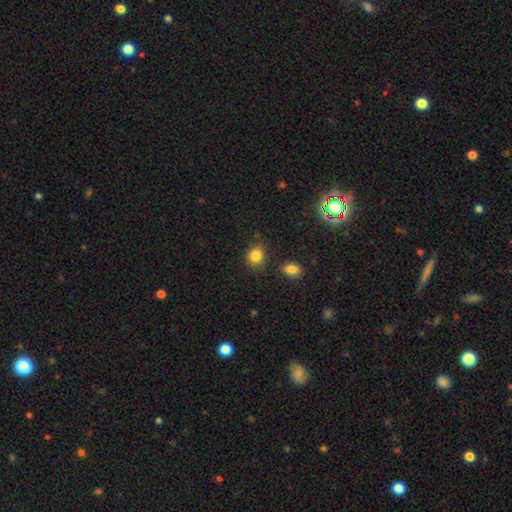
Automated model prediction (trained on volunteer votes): Smooth or featured? smooth (84%)
How rounded? round (64%)
Merging? none (82%)